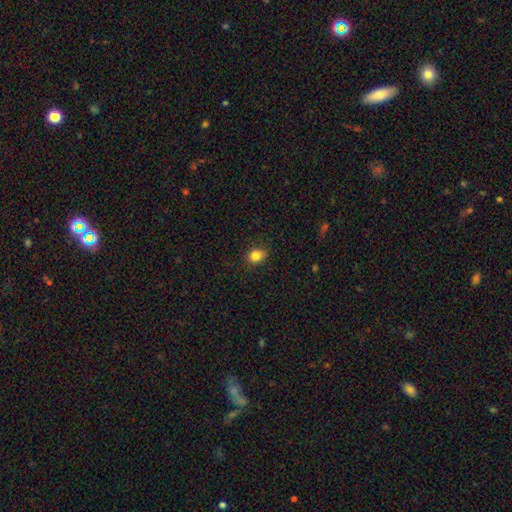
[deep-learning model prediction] This appears to be a smooth galaxy with no disk features (84%) that is round (58%). Merging: none (86%).